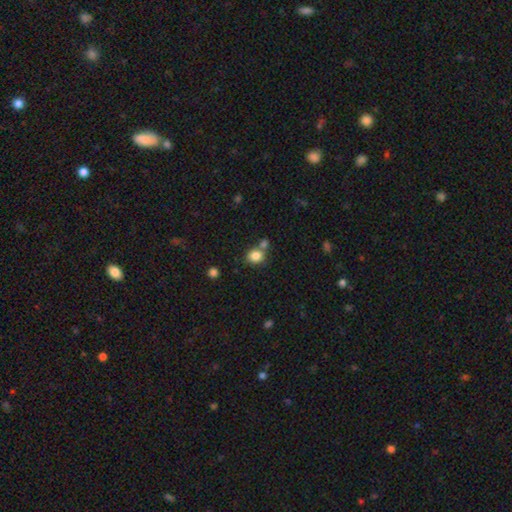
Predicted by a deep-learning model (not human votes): smooth_or_featured: smooth (p=0.84) [alt: star or artifact p=0.10]
how_rounded: round (p=0.67) [alt: in between p=0.33]
merging: none (p=0.61) [alt: merger p=0.25]